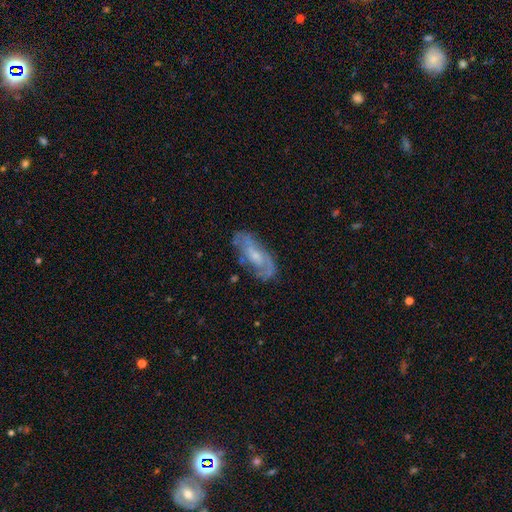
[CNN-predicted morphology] featured or disk 71%, smooth 22%, star or artifact 7%. Down the decision tree: edge-on disk — no (90%); bar — no (58%); spiral arms — yes (82%); spiral arm count — 2 (56%); spiral winding — medium (44%); bulge size — small (50%); merging — none (69%).